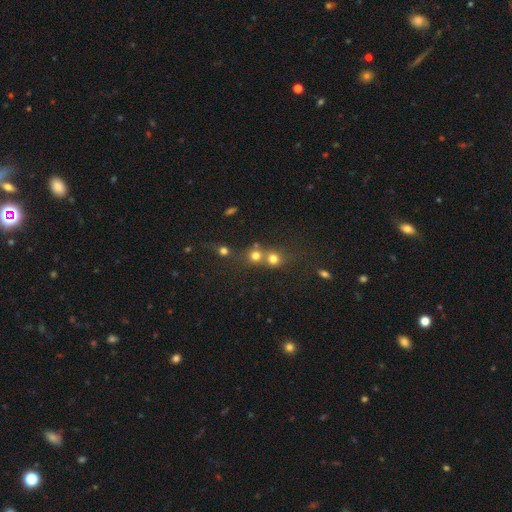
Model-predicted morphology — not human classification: smooth 72%, star or artifact 18%, featured or disk 10%. Down the decision tree: how rounded — round (87%); merging — none (46%).